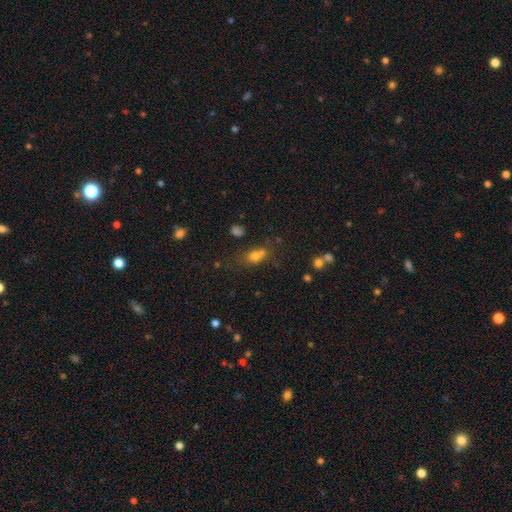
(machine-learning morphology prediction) Smooth or featured: smooth — 71% (star or artifact — 17%)
How rounded: in between — 55% (round — 41%)
Merging: none — 42% (merger — 34%)